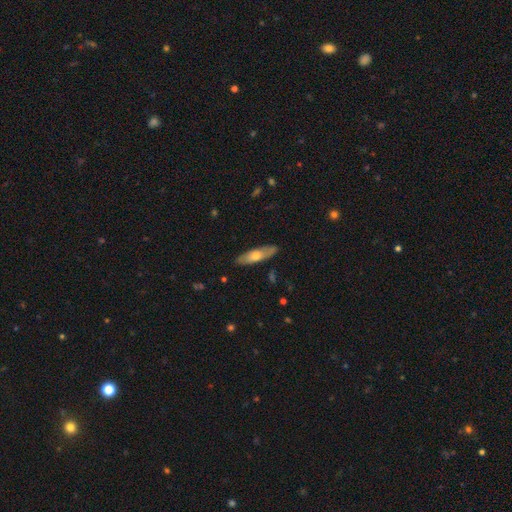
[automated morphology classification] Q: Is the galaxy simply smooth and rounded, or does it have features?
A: smooth — 52%.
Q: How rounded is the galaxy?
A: cigar-shaped — 63%.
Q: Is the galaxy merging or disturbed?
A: none — 84%.